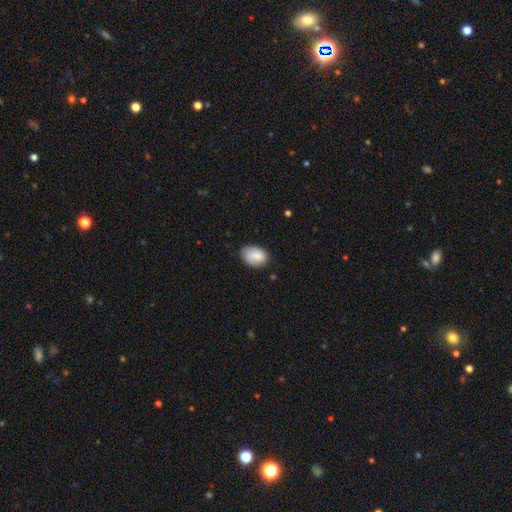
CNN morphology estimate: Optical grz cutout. It shows a smooth galaxy with no disk features (85%) that is in between round and cigar-shaped (83%). Merging: none (68%).